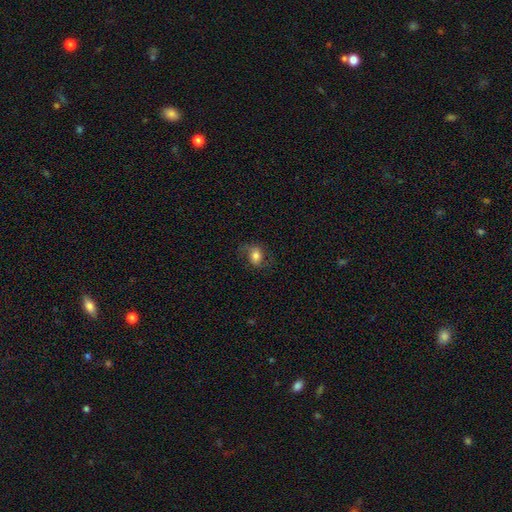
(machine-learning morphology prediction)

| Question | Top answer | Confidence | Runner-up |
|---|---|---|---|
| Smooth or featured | smooth | 54% | featured or disk (37%) |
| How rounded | in between | 64% | round (35%) |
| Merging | none | 68% | minor disturbance (19%) |